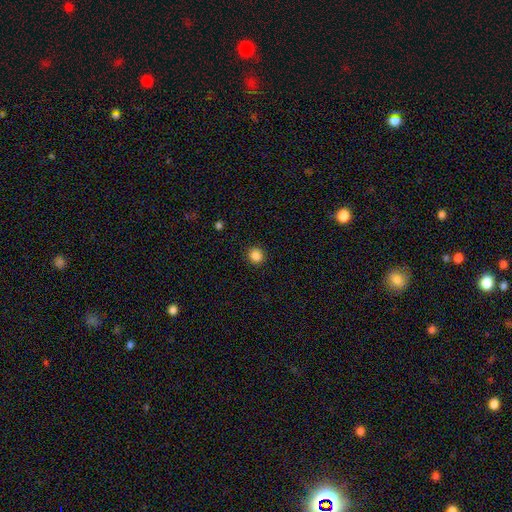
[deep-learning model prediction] This is clearly a smooth galaxy (86%). How rounded: clearly round (89%). Merging: clearly none (92%).